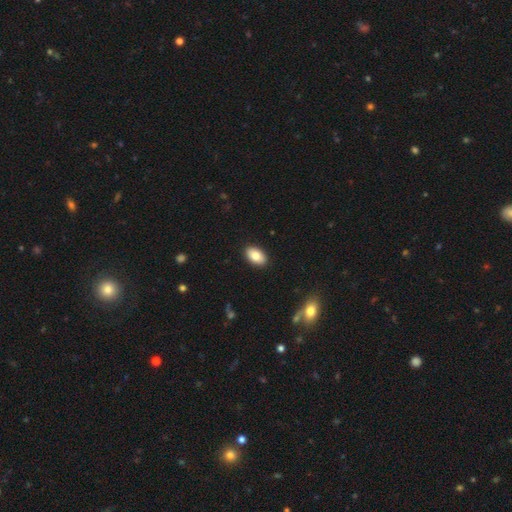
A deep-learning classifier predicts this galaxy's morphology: A smooth galaxy with no disk features (81%) that is in between round and cigar-shaped (93%).

Vote fractions:
- Smooth or featured? smooth: 81% / featured or disk: 11% / star or artifact: 7%
- How rounded? in between: 93% / round: 6% / cigar-shaped: 1%
- Merging? none: 90% / minor disturbance: 7% / major disturbance: 2% / merger: 1%